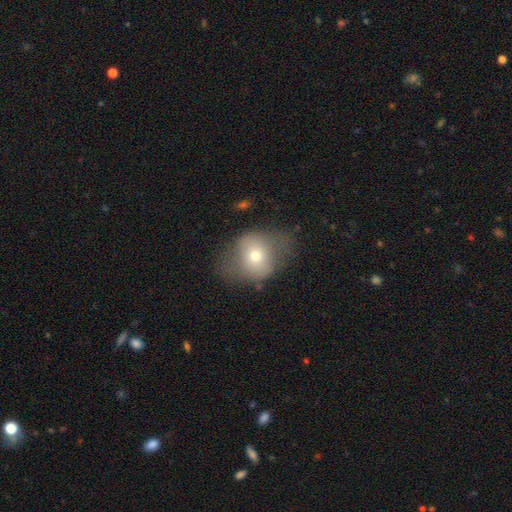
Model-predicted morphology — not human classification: A smooth galaxy with no disk features (58%) that is in between round and cigar-shaped (49%, tied with round).

Vote fractions:
- Smooth or featured? smooth: 58% / featured or disk: 32% / star or artifact: 10%
- How rounded? in between: 49% (tied) / round: 49% (tied) / cigar-shaped: 1%
- Merging? none: 46% / minor disturbance: 30% / major disturbance: 22% / merger: 2%